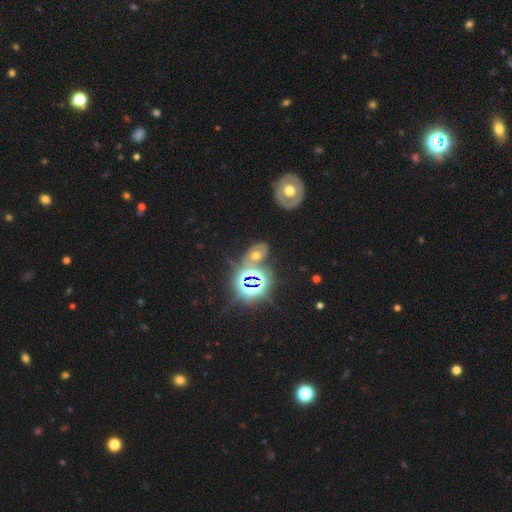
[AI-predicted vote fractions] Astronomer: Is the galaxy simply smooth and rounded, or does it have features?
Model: star or artifact — 45% (runner-up: smooth, 33%).